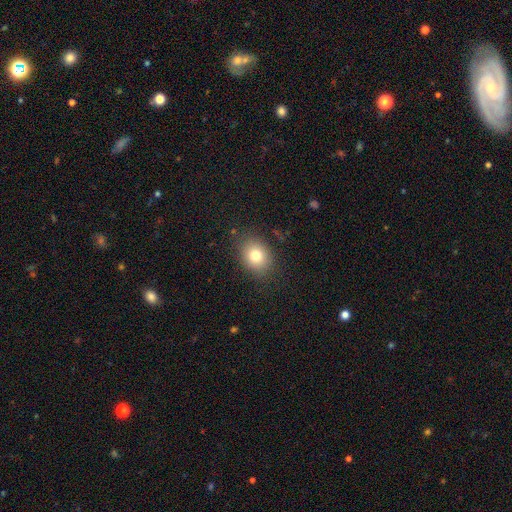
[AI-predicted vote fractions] A smooth galaxy with no disk features (79%) that is in between round and cigar-shaped (51%).

Vote fractions:
- Smooth or featured? smooth: 79% / star or artifact: 11% / featured or disk: 10%
- How rounded? in between: 51% / round: 48% / cigar-shaped: 1%
- Merging? none: 84% / minor disturbance: 11% / major disturbance: 4% / merger: 1%